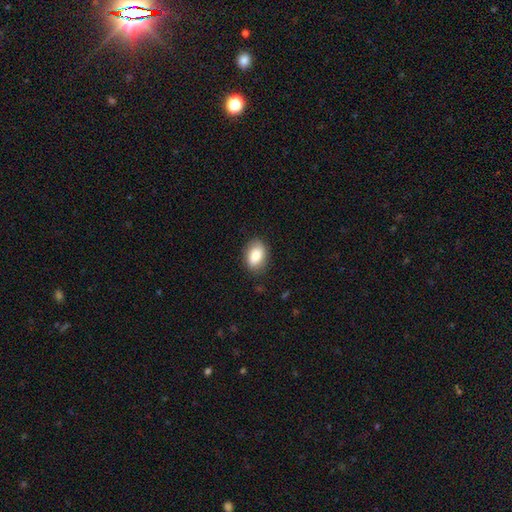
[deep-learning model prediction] This is clearly a smooth galaxy (81%). How rounded: clearly in between (83%). Merging: clearly none (82%).